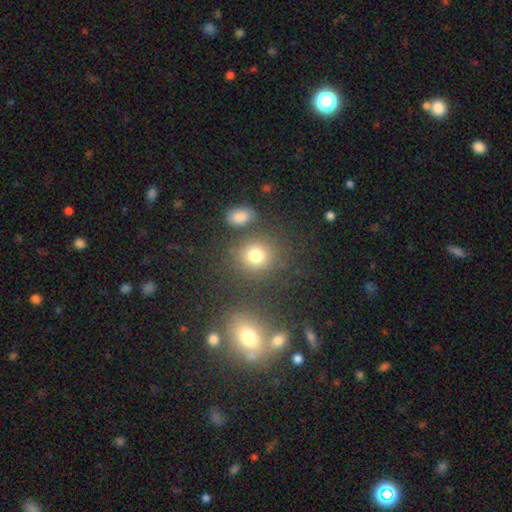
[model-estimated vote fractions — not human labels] Q: Smooth or featured?
A: smooth (76%); runner-up: star or artifact (16%)
Q: How rounded?
A: round (82%); runner-up: in between (17%)
Q: Merging?
A: none (77%); runner-up: merger (10%)